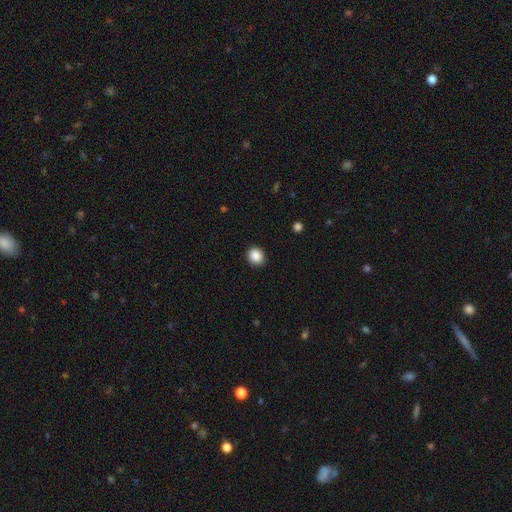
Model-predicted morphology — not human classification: Smooth or featured: smooth — 88% (star or artifact — 9%)
How rounded: round — 73% (in between — 26%)
Merging: none — 90% (minor disturbance — 7%)